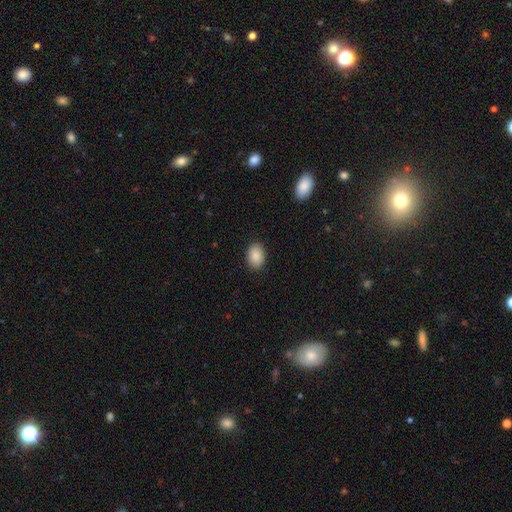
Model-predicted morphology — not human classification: smooth-or-featured: smooth: 89% | star or artifact: 7% | featured or disk: 4%
  how-rounded: in between: 78% | round: 21% | cigar-shaped: 1%
  merging: none: 90% | minor disturbance: 8% | major disturbance: 2% | merger: 1%